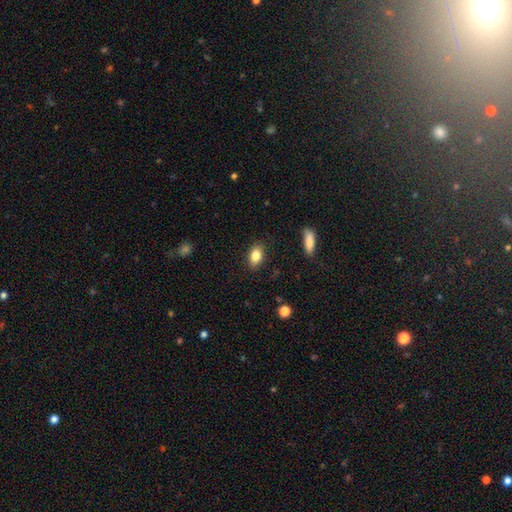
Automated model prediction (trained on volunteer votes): Smooth or featured?
  - smooth: 83% *
  - featured or disk: 9%
  - star or artifact: 8%
How rounded?
  - in between: 86% *
  - round: 12%
  - cigar-shaped: 3%
Merging?
  - none: 87% *
  - minor disturbance: 10%
  - major disturbance: 2%
  - merger: 1%